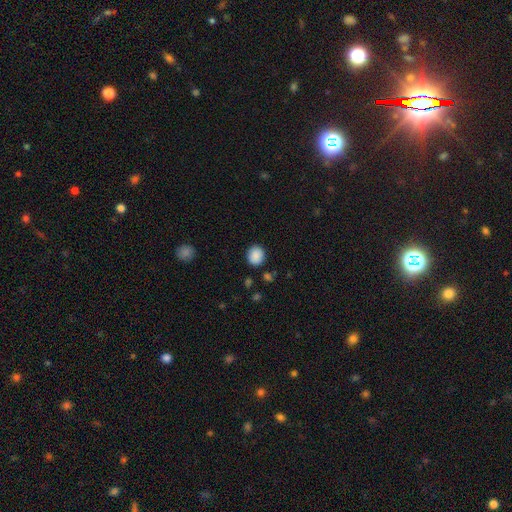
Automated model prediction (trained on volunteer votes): Smooth or featured: smooth — 88% (star or artifact — 8%)
How rounded: round — 76% (in between — 23%)
Merging: none — 87% (minor disturbance — 8%)